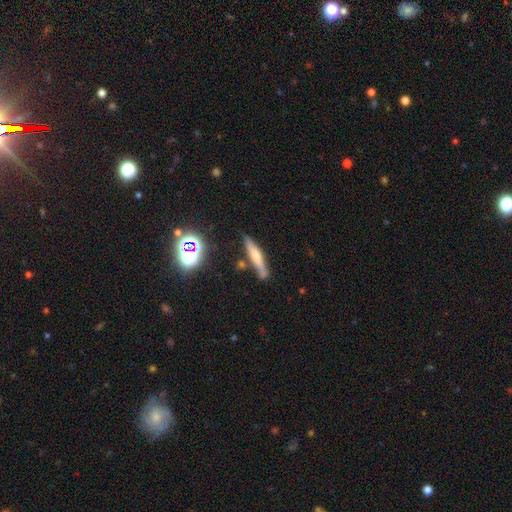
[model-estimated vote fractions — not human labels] Smooth or featured?
  - featured or disk: 46% *
  - smooth: 41%
  - star or artifact: 12%
Merging?
  - none: 78% *
  - minor disturbance: 13%
  - merger: 6%
  - major disturbance: 3%